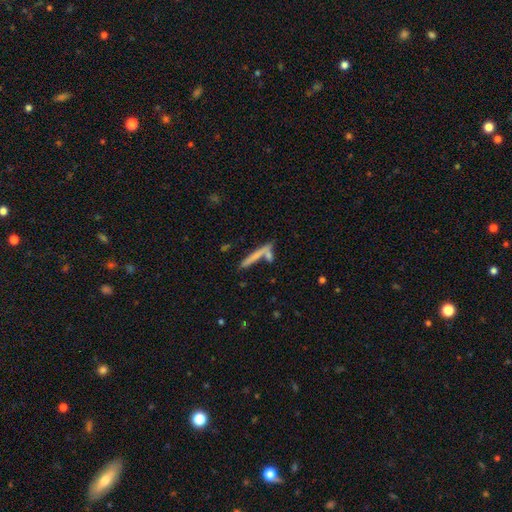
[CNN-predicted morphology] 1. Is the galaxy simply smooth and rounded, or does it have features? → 61% smooth, 31% featured or disk, 8% star or artifact.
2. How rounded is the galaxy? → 93% cigar-shaped, 5% in between, 2% round.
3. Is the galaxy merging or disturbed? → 61% none, 23% merger, 11% minor disturbance, 5% major disturbance.